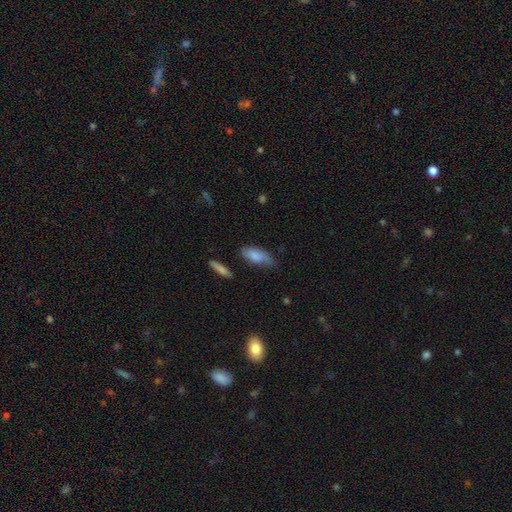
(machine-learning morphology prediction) Smooth or featured?
  - smooth: 80% *
  - featured or disk: 13%
  - star or artifact: 7%
How rounded?
  - in between: 82% *
  - cigar-shaped: 15%
  - round: 3%
Merging?
  - none: 54% *
  - minor disturbance: 34%
  - major disturbance: 8%
  - merger: 3%